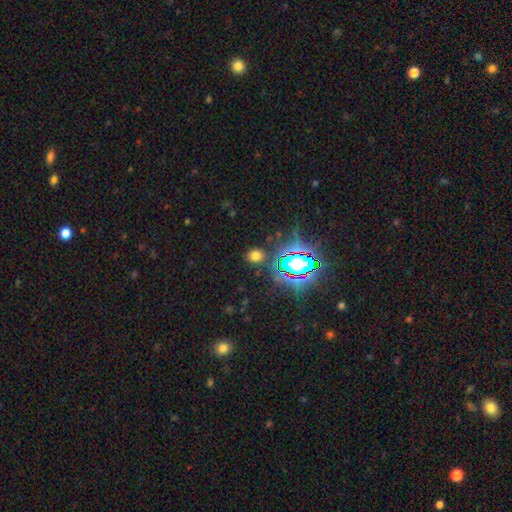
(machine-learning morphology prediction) smooth 64%, star or artifact 30%, featured or disk 7%. Down the decision tree: how rounded — round (62%); merging — none (85%).